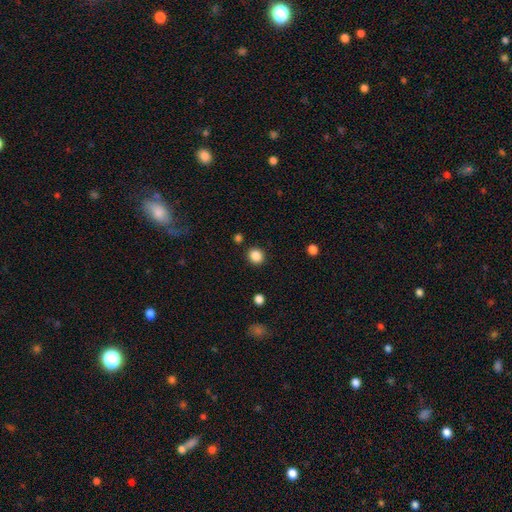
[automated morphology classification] smooth-or-featured: smooth: 86% | star or artifact: 11% | featured or disk: 3%
  how-rounded: round: 85% | in between: 14% | cigar-shaped: 1%
  merging: none: 89% | minor disturbance: 6% | major disturbance: 2% | merger: 2%